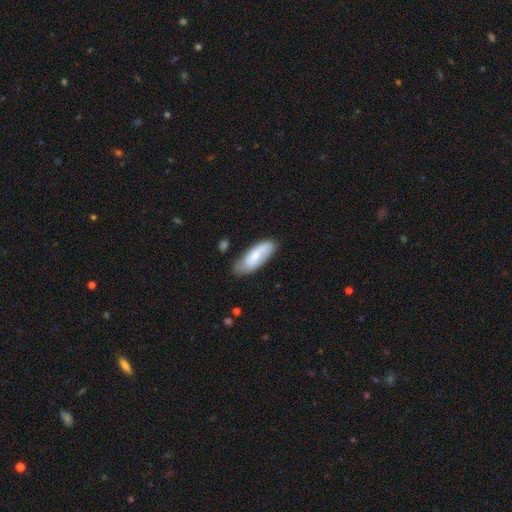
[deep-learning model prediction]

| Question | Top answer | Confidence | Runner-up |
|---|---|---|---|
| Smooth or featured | smooth | 63% | featured or disk (32%) |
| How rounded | in between | 71% | cigar-shaped (27%) |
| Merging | none | 71% | minor disturbance (21%) |